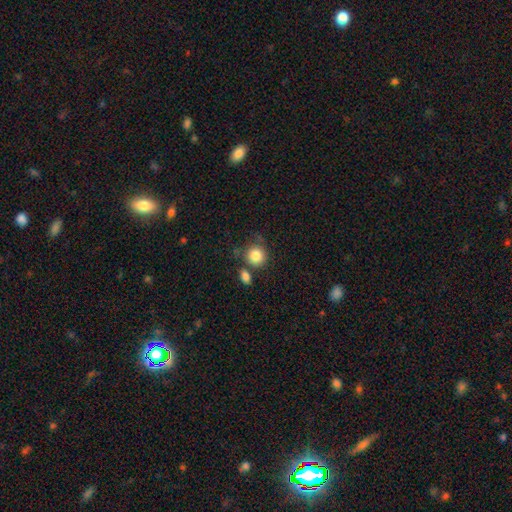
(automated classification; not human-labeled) This appears to be a smooth galaxy with no disk features (85%) that is round (88%). Merging: none (64%).